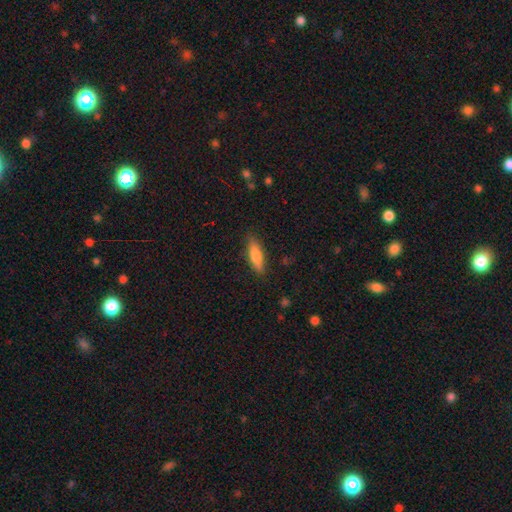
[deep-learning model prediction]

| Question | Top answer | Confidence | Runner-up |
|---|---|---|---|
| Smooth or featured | smooth | 70% | featured or disk (23%) |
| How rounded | cigar-shaped | 64% | in between (34%) |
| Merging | none | 85% | minor disturbance (11%) |